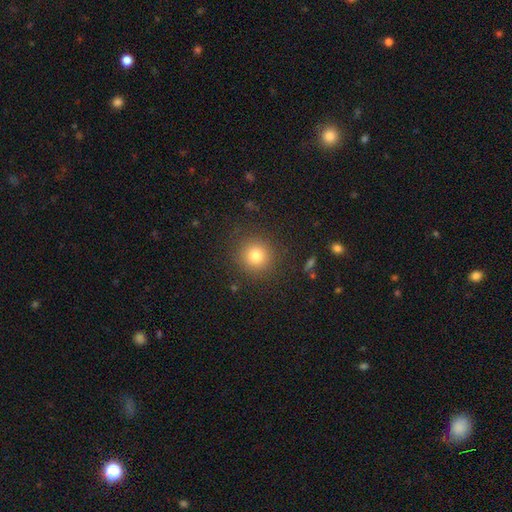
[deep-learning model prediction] Smooth or featured: smooth — 79% (star or artifact — 13%)
How rounded: round — 92% (in between — 7%)
Merging: none — 88% (minor disturbance — 8%)